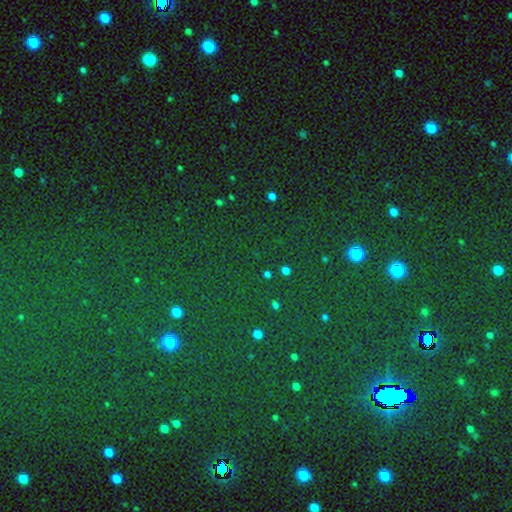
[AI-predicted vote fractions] Overall: star or artifact (81%).